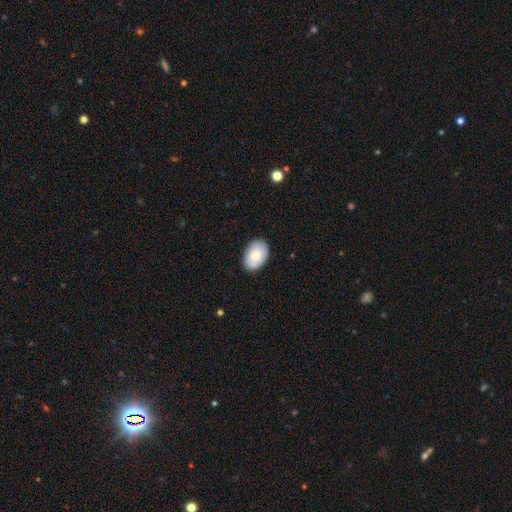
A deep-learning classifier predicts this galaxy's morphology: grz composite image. It shows a smooth galaxy with no disk features (81%) that is in between round and cigar-shaped (88%). Merging: none (87%).